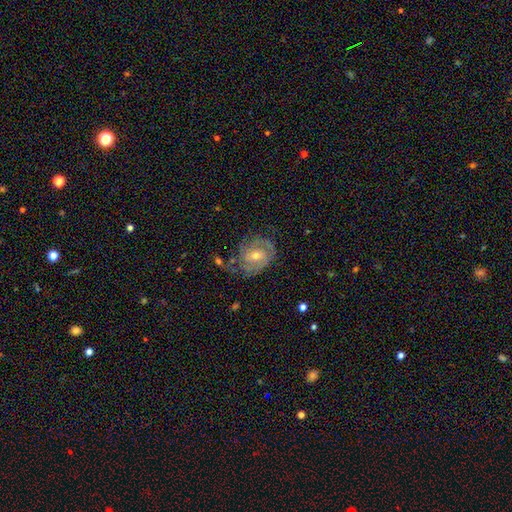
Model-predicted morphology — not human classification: type=featured or disk (84%); edge-on=no (97%); bar=no (44%, tied with weak); spiral arms=yes (95%); winding=tight (58%); arm count=2 (41%); bulge=moderate (56%); merging=none (64%).